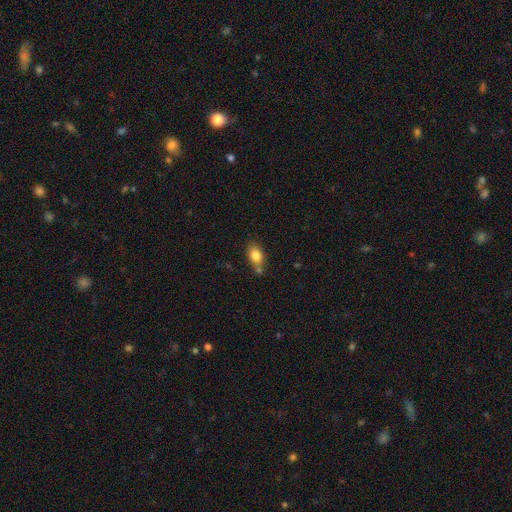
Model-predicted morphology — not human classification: smooth_or_featured: smooth (p=0.82) [alt: featured or disk p=0.10]
how_rounded: in between (p=0.81) [alt: round p=0.16]
merging: none (p=0.56) [alt: merger p=0.21]